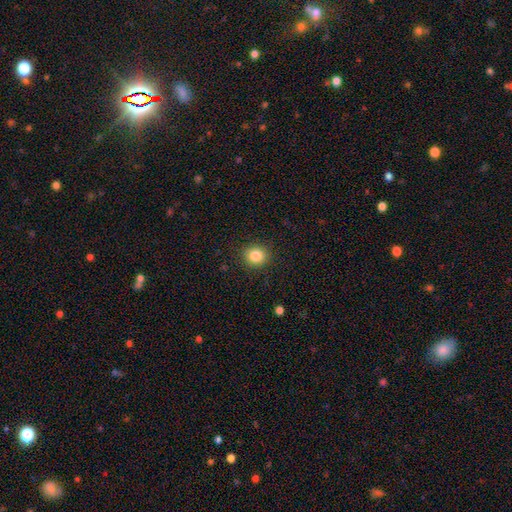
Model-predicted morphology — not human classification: This is clearly a smooth galaxy (84%). How rounded: clearly round (83%). Merging: clearly none (90%).